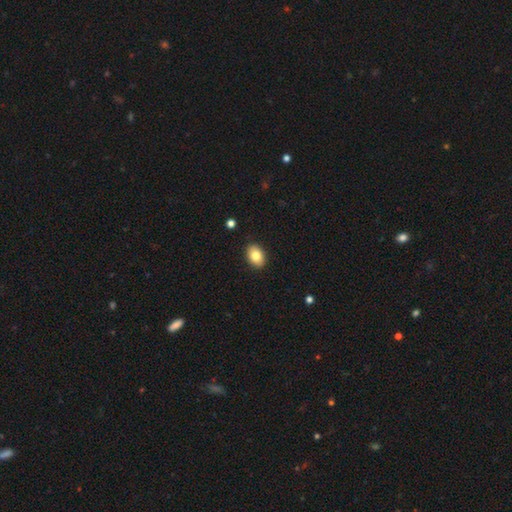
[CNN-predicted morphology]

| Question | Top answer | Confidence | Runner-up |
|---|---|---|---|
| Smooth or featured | smooth | 83% | featured or disk (10%) |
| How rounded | in between | 83% | round (15%) |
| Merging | none | 90% | minor disturbance (8%) |